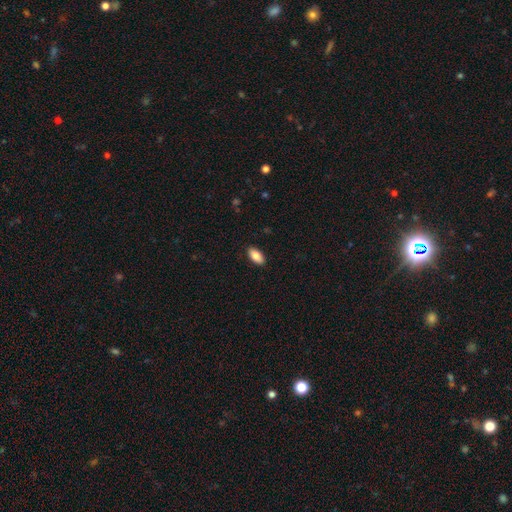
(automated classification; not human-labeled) smooth-or-featured: smooth: 84% | featured or disk: 9% | star or artifact: 7%
  how-rounded: in between: 92% | cigar-shaped: 6% | round: 3%
  merging: none: 90% | minor disturbance: 7% | major disturbance: 2% | merger: 1%